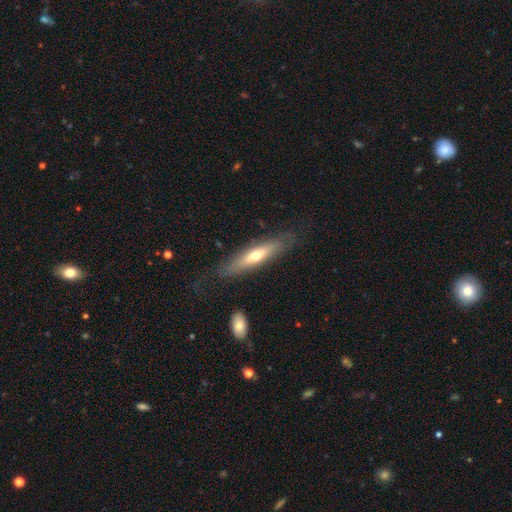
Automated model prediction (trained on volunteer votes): Smooth or featured?
  - smooth: 47% * (tied)
  - featured or disk: 47% * (tied)
  - star or artifact: 6%
Merging?
  - none: 80% *
  - minor disturbance: 13%
  - major disturbance: 5%
  - merger: 2%